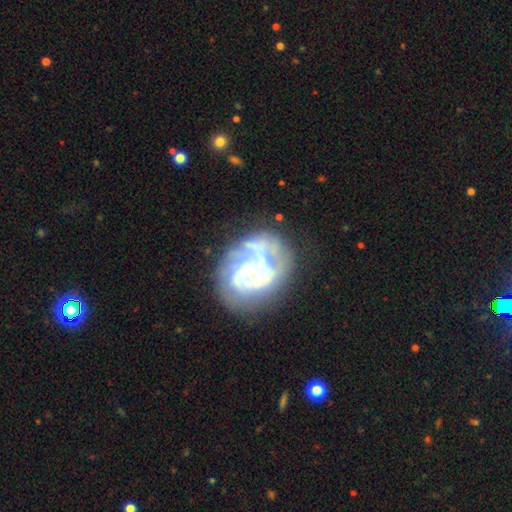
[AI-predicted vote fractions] A featured or disk galaxy (77%) with no bar (71%), spiral arms (66%) and a small central bulge (57%).

Vote fractions:
- Smooth or featured? featured or disk: 77% / smooth: 15% / star or artifact: 8%
- Edge-on disk? no: 98% / yes: 2%
- Bar? no: 71% / weak: 23% / strong: 6%
- Spiral arms? yes: 66% / no: 34%
- Bulge size? small: 57% / moderate: 30% / none: 8% / large: 3% / dominant: 1%
- Merging? none: 44% / major disturbance: 26% / minor disturbance: 21% / merger: 9%